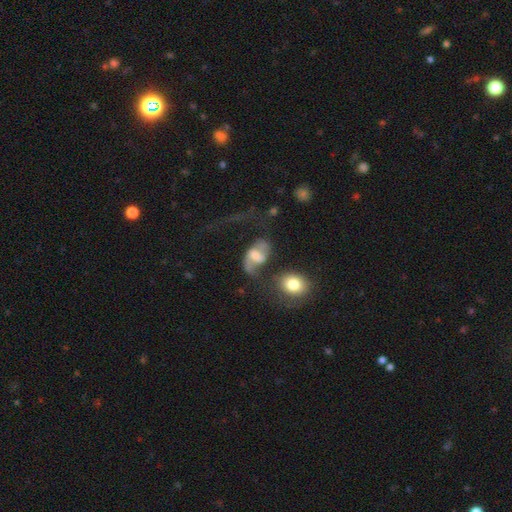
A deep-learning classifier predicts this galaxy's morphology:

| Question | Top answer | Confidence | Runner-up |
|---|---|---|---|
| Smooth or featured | featured or disk | 69% | smooth (23%) |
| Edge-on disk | no | 96% | yes (4%) |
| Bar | weak | 48% | strong (29%) |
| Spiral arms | yes | 82% | no (18%) |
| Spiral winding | loose | 67% | medium (26%) |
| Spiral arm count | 2 | 84% | 1 (7%) |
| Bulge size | moderate | 44% | small (27%) |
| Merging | major disturbance | 33% | none (30%) |